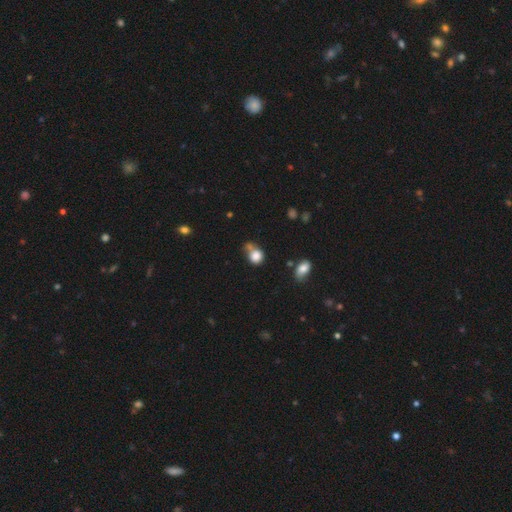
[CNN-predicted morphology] This appears to be a smooth galaxy with no disk features (83%) that is round (75%). Merging: none (50%).